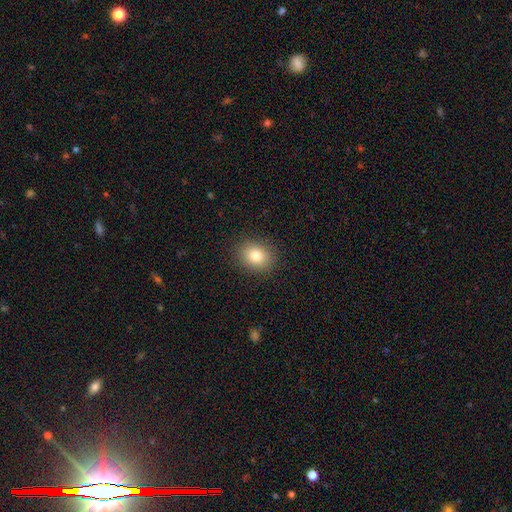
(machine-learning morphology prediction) Smooth or featured?
  - smooth: 81% *
  - star or artifact: 11%
  - featured or disk: 8%
How rounded?
  - round: 58% *
  - in between: 41%
  - cigar-shaped: 1%
Merging?
  - none: 89% *
  - minor disturbance: 7%
  - major disturbance: 2%
  - merger: 1%